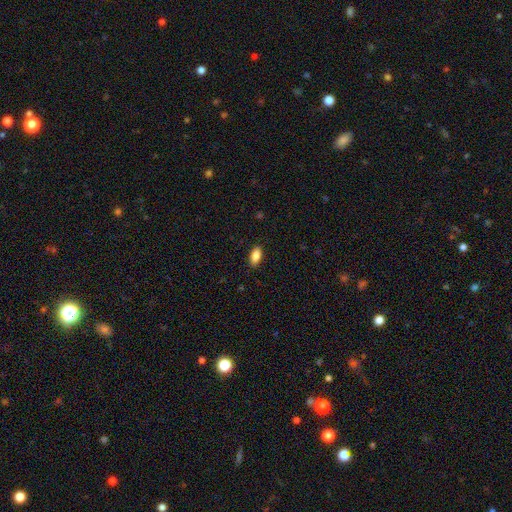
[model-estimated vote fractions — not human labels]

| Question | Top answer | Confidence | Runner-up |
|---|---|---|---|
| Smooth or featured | smooth | 87% | star or artifact (7%) |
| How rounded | in between | 89% | cigar-shaped (8%) |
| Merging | none | 88% | minor disturbance (9%) |